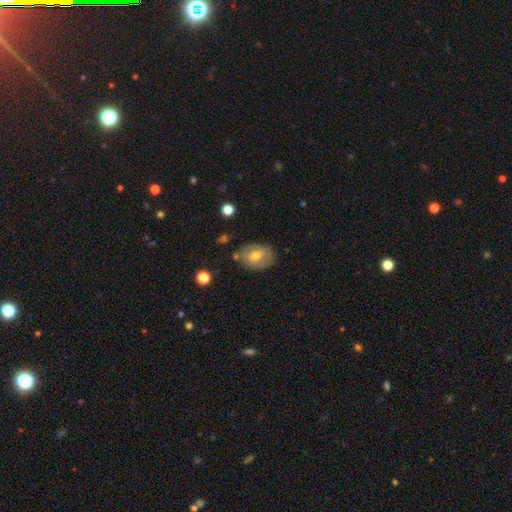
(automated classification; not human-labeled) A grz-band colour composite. It shows a featured or disk galaxy (47%). Merging: none (69%).